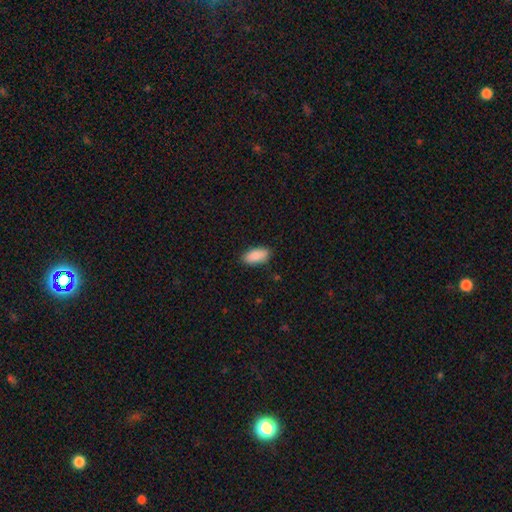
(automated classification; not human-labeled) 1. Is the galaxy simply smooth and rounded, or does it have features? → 89% smooth, 6% star or artifact, 5% featured or disk.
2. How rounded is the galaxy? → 90% in between, 7% cigar-shaped, 2% round.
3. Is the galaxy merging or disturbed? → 86% none, 10% minor disturbance, 2% major disturbance, 1% merger.